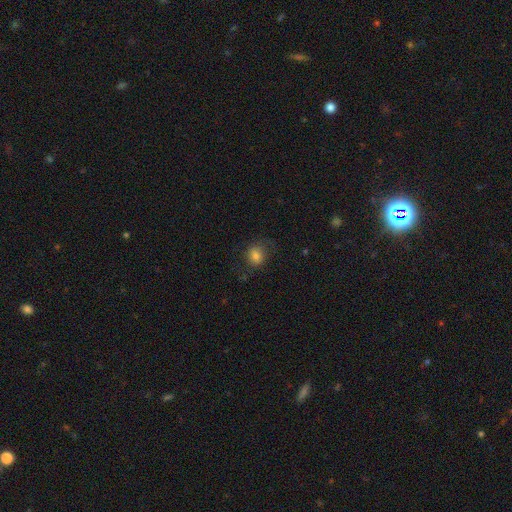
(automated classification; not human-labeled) This is likely a smooth galaxy (76%). How rounded: likely round (72%). Merging: likely none (68%).